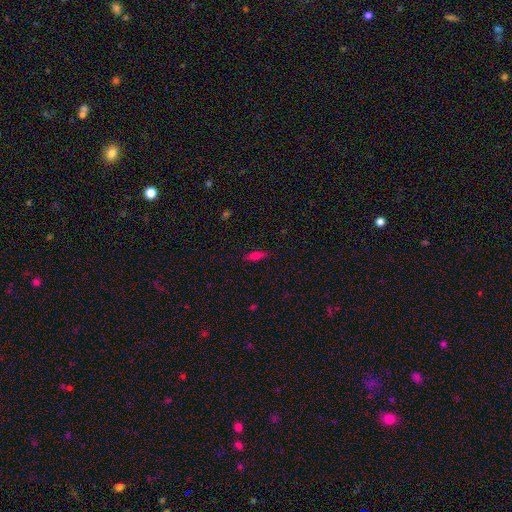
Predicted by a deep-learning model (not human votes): Overall: smooth (61%; featured or disk 27%). How rounded: in between (50%; cigar-shaped 46%). Merging: none (85%).